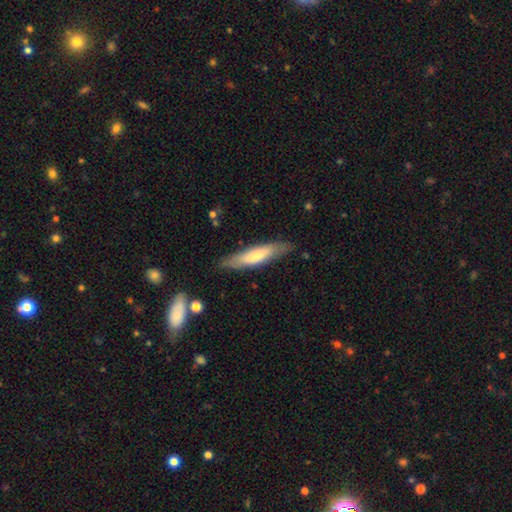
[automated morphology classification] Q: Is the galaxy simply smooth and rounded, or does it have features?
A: smooth — 62%.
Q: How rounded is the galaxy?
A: cigar-shaped — 75%.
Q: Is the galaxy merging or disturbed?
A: none — 81%.